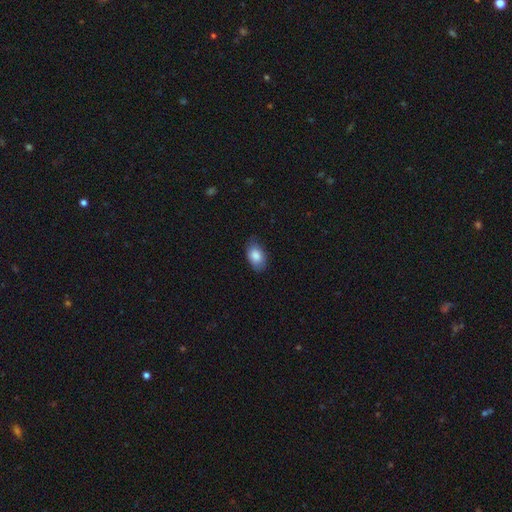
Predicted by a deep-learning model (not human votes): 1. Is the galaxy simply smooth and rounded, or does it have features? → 84% smooth, 9% featured or disk, 7% star or artifact.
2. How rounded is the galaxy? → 90% in between, 9% round, 1% cigar-shaped.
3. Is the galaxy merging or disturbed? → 74% none, 22% minor disturbance, 4% major disturbance, 1% merger.